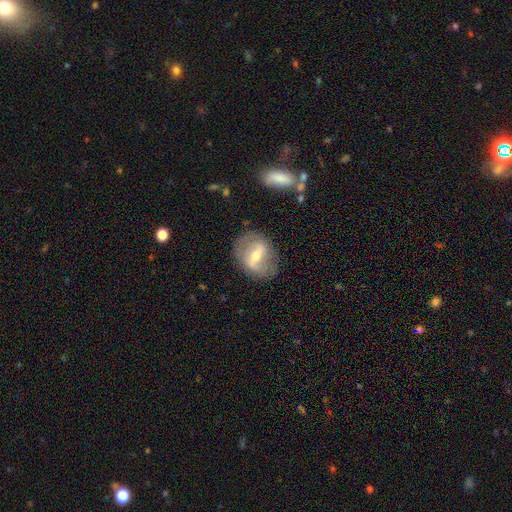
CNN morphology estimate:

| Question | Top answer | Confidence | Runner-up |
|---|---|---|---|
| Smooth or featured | featured or disk | 69% | smooth (25%) |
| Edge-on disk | no | 91% | yes (9%) |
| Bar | strong | 56% | weak (33%) |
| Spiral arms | yes | 52% | no (48%) |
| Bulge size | moderate | 61% | small (33%) |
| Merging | none | 75% | minor disturbance (16%) |